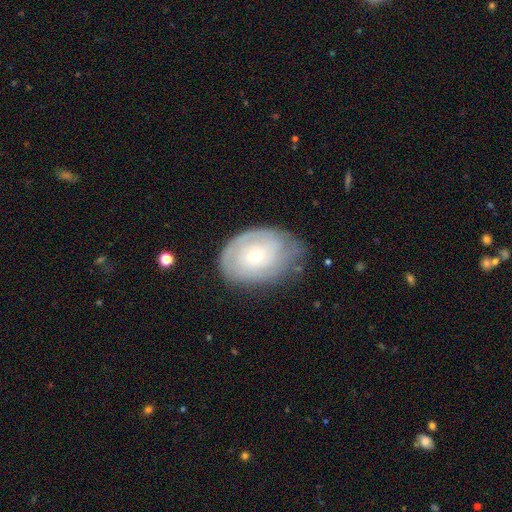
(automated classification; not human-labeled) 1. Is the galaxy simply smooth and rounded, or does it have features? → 64% featured or disk, 30% smooth, 6% star or artifact.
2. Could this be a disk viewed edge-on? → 96% no, 4% yes.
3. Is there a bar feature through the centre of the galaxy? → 78% no, 18% weak, 3% strong.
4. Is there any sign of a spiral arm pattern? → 75% yes, 25% no.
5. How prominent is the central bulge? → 68% small, 28% moderate, 2% large, 1% none, 1% dominant.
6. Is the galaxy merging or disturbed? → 64% none, 26% minor disturbance, 8% major disturbance, 2% merger.